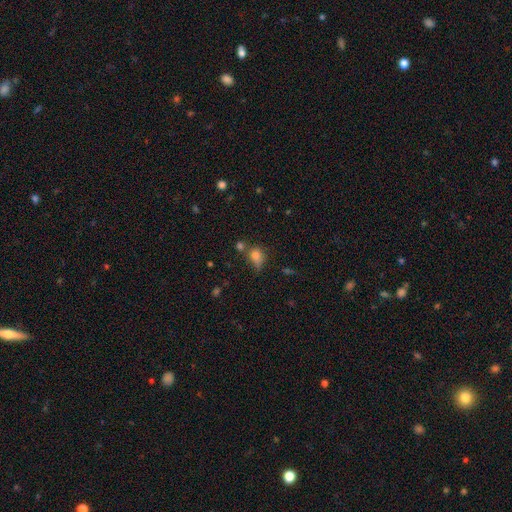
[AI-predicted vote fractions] Smooth or featured? Predicted: smooth (p=0.76). How rounded? Predicted: in between (p=0.53). Merging? Predicted: none (p=0.42).